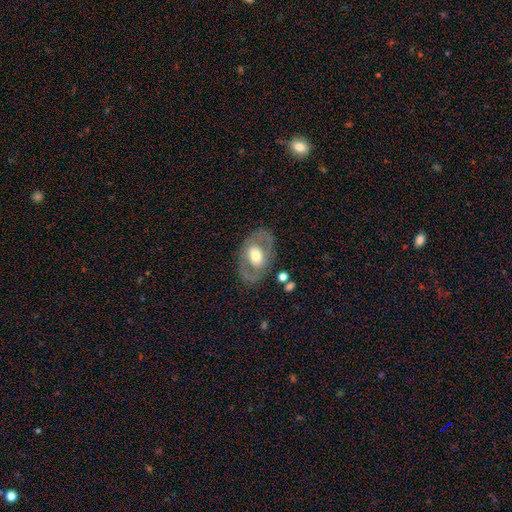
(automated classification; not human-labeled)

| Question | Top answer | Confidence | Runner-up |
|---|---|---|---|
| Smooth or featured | featured or disk | 61% | smooth (32%) |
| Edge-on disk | no | 92% | yes (8%) |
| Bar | no | 59% | weak (27%) |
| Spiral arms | no | 64% | yes (36%) |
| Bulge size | moderate | 61% | large (25%) |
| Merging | none | 75% | minor disturbance (14%) |